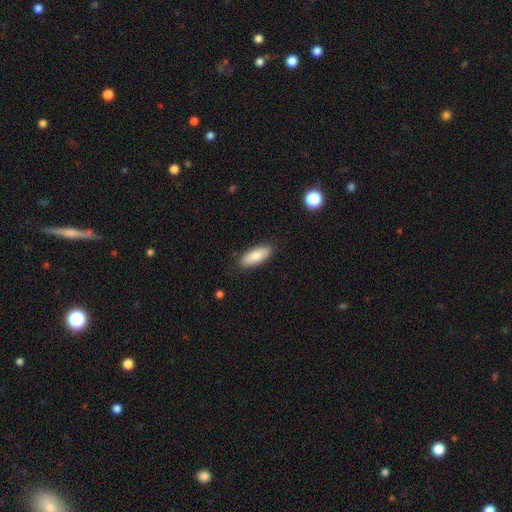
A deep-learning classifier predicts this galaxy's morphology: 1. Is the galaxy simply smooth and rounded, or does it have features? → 84% smooth, 10% featured or disk, 6% star or artifact.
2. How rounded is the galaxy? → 75% in between, 23% cigar-shaped, 2% round.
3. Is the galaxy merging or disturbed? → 87% none, 9% minor disturbance, 2% major disturbance, 1% merger.